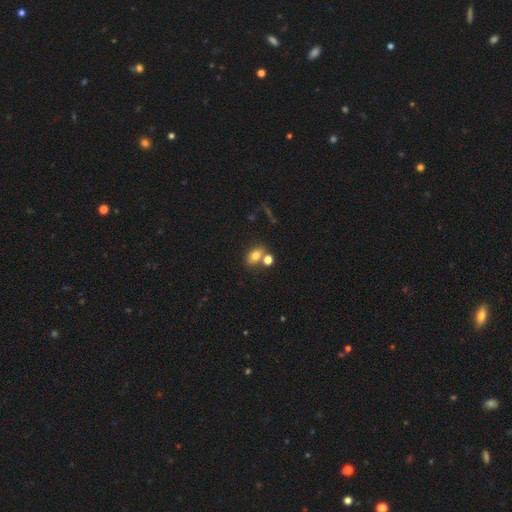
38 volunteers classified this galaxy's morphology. smooth 82%, featured or disk 11%, star or artifact 8%. Down the decision tree: how rounded — in between (87%); merging — none (46%).